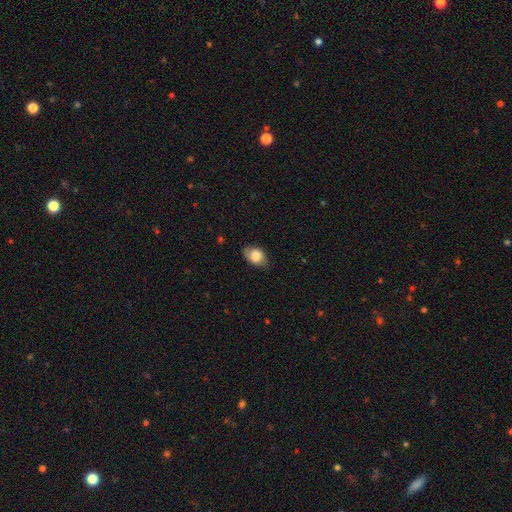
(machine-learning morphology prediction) Overall: smooth (72%). How rounded: in between (80%). Merging: none (65%; minor disturbance 27%).